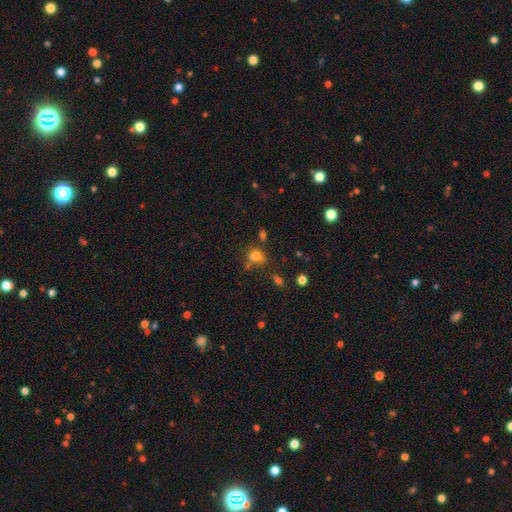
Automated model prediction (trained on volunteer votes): A smooth galaxy with no disk features (69%) that is in between round and cigar-shaped (56%).

Vote fractions:
- Smooth or featured? smooth: 69% / star or artifact: 19% / featured or disk: 12%
- How rounded? in between: 56% / round: 41% / cigar-shaped: 2%
- Merging? none: 45% / merger: 27% / minor disturbance: 18% / major disturbance: 10%